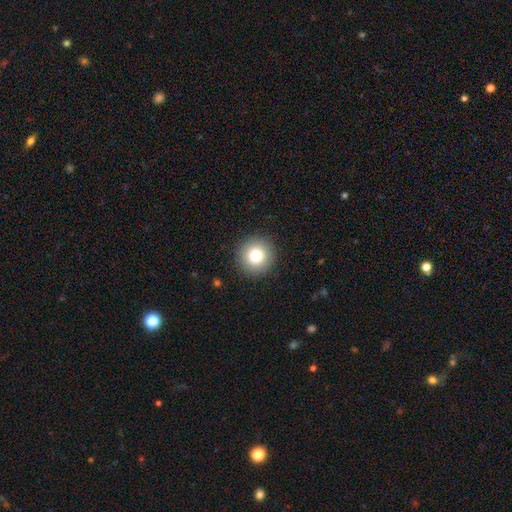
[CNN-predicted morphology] Overall: smooth (82%). How rounded: round (95%). Merging: none (92%).